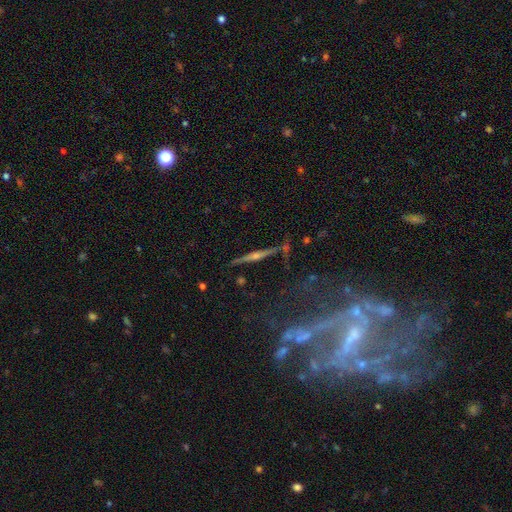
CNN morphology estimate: Smooth or featured: featured or disk — 79% (smooth — 12%)
Edge-on disk: yes — 97% (no — 3%)
Edge-on bulge: rounded — 87% (none — 7%)
Merging: none — 84% (minor disturbance — 10%)